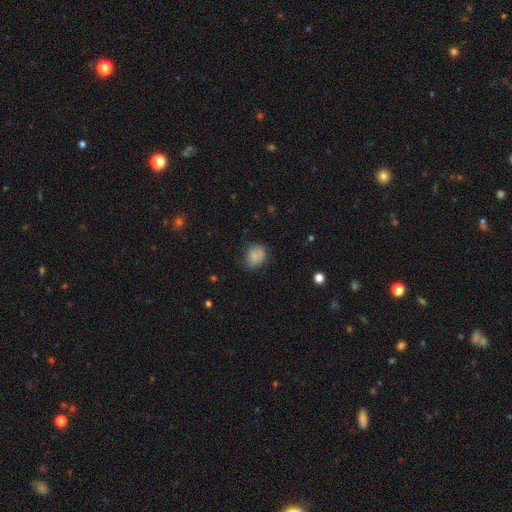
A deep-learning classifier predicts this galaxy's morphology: smooth 82%, star or artifact 9%, featured or disk 9%. Down the decision tree: how rounded — round (54%); merging — none (68%).